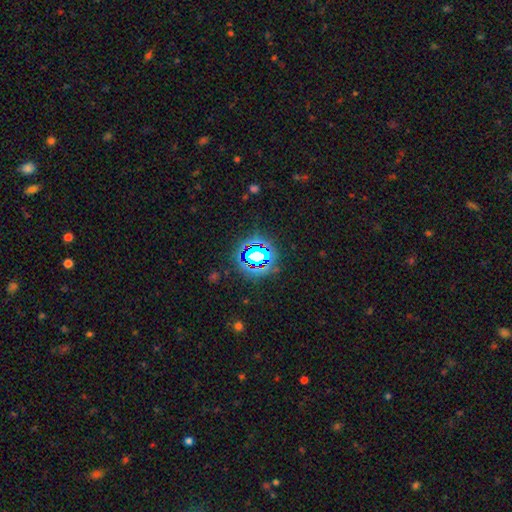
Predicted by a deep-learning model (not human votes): This appears to be a star or artifact, not a galaxy (71%).